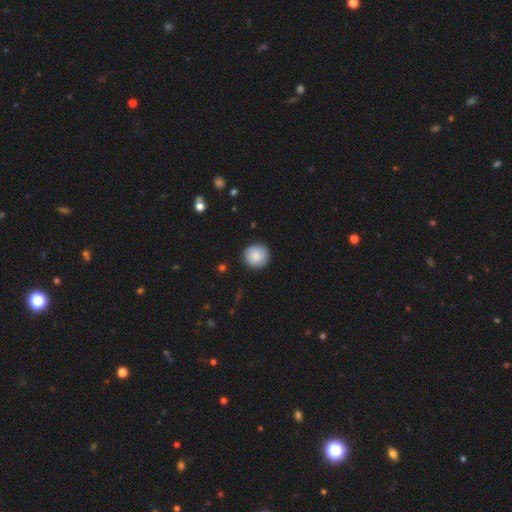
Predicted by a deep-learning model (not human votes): Smooth or featured? Predicted: smooth (p=0.80). How rounded? Predicted: round (p=0.94). Merging? Predicted: none (p=0.88).